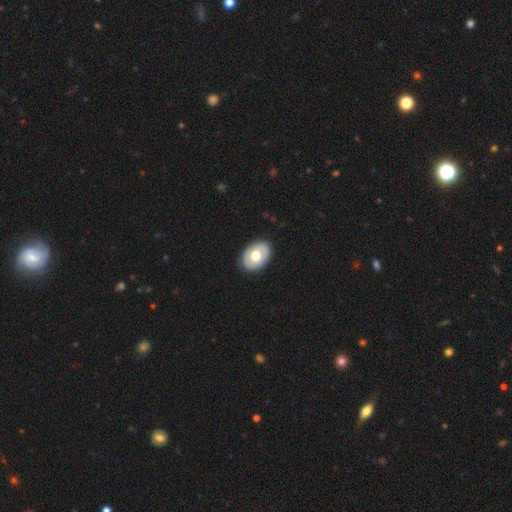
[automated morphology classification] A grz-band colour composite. It shows a smooth galaxy with no disk features (60%) that is in between round and cigar-shaped (79%). Merging: none (87%).